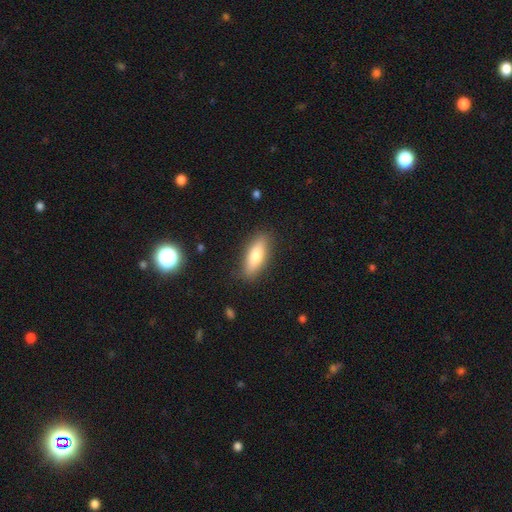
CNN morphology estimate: A smooth galaxy with no disk features (73%) that is in between round and cigar-shaped (61%).

Vote fractions:
- Smooth or featured? smooth: 73% / featured or disk: 20% / star or artifact: 6%
- How rounded? in between: 61% / cigar-shaped: 36% / round: 3%
- Merging? none: 86% / minor disturbance: 10% / major disturbance: 2% / merger: 1%